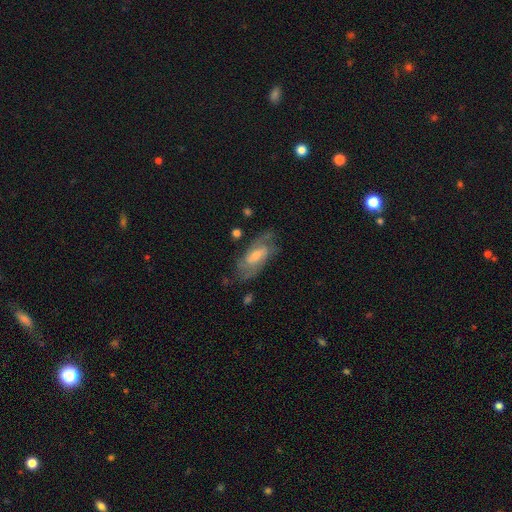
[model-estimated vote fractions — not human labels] Smooth or featured? featured or disk (75%)
Edge-on disk? no (92%)
Bar? weak (46%)
Spiral arms? yes (90%)
Spiral winding? medium (48%)
Spiral arm count? 2 (61%)
Bulge size? small (47%)
Merging? none (71%)